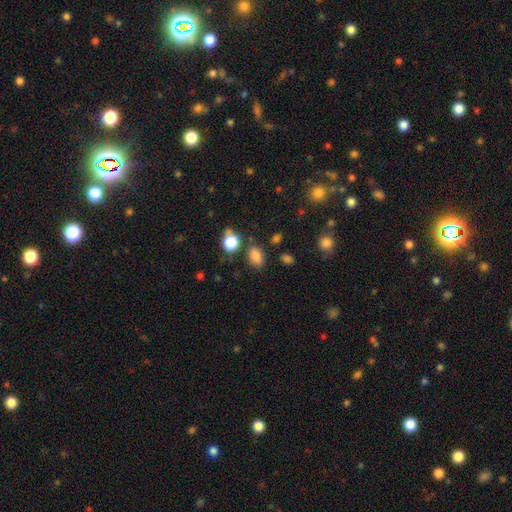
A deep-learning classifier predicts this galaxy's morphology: A smooth galaxy with no disk features (81%) that is in between round and cigar-shaped (80%). Merging: none (76%).